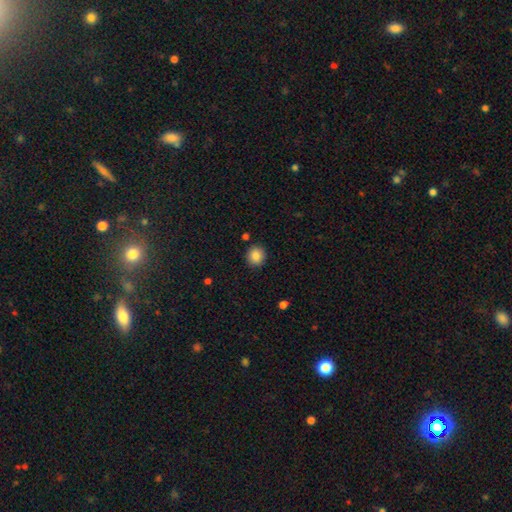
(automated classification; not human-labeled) smooth-or-featured: smooth: 86% | star or artifact: 9% | featured or disk: 5%
  how-rounded: round: 87% | in between: 12% | cigar-shaped: 1%
  merging: none: 89% | minor disturbance: 7% | merger: 2% | major disturbance: 2%